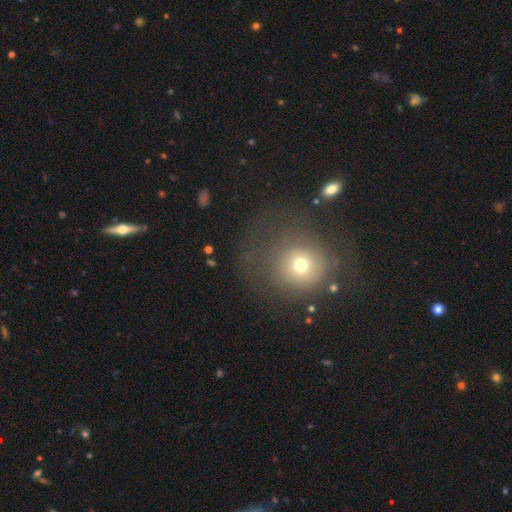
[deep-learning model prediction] Overall: smooth (60%; star or artifact 24%). How rounded: round (87%). Merging: none (72%).